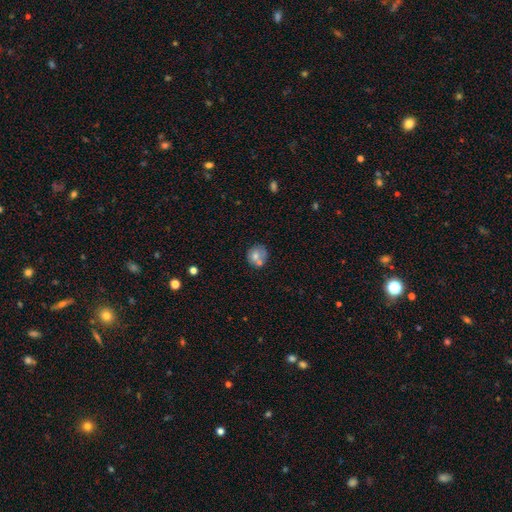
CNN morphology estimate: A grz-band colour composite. It shows a smooth galaxy with no disk features (69%) that is round (82%). Merging: none (53%).